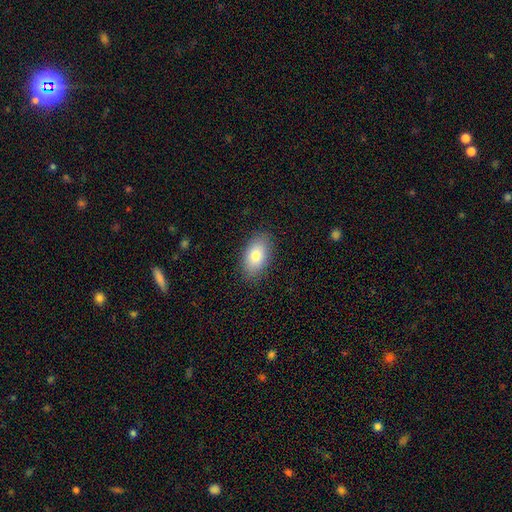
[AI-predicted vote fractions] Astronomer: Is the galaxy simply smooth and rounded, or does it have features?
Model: smooth — 79%.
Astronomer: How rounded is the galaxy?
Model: in between — 92%.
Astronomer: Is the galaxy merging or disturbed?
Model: none — 86%.